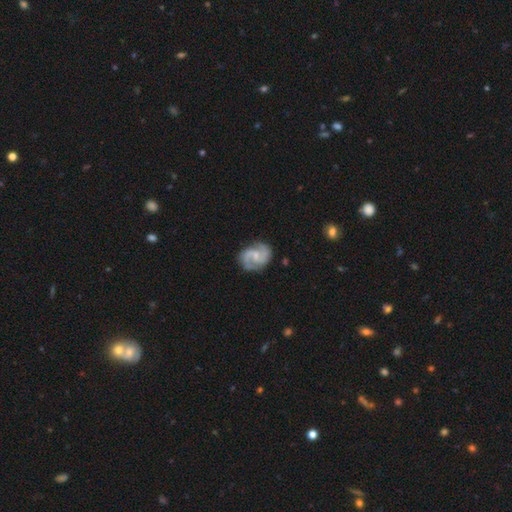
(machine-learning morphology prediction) type=featured or disk (87%); edge-on=no (98%); bar=weak (49%); spiral arms=yes (97%); winding=medium (57%); arm count=2 (90%); bulge=small (53%); merging=none (78%).